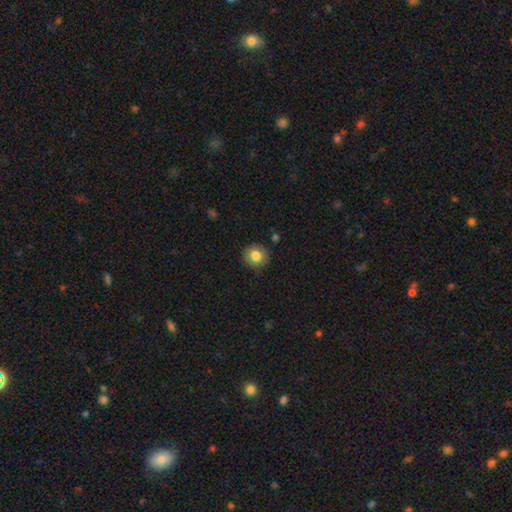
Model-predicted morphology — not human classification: Q: Smooth or featured?
A: smooth (81%); runner-up: featured or disk (10%)
Q: How rounded?
A: round (87%); runner-up: in between (12%)
Q: Merging?
A: none (87%); runner-up: minor disturbance (9%)